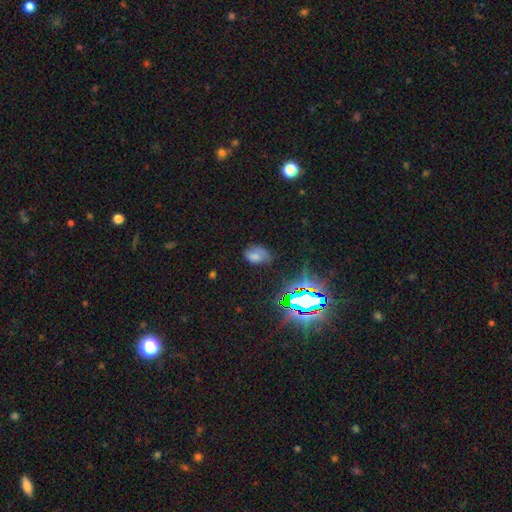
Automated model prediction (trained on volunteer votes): A smooth galaxy with no disk features (63%) that is in between round and cigar-shaped (84%).

Vote fractions:
- Smooth or featured? smooth: 63% / star or artifact: 23% / featured or disk: 14%
- How rounded? in between: 84% / round: 15% / cigar-shaped: 1%
- Merging? none: 54% / minor disturbance: 31% / major disturbance: 12% / merger: 3%